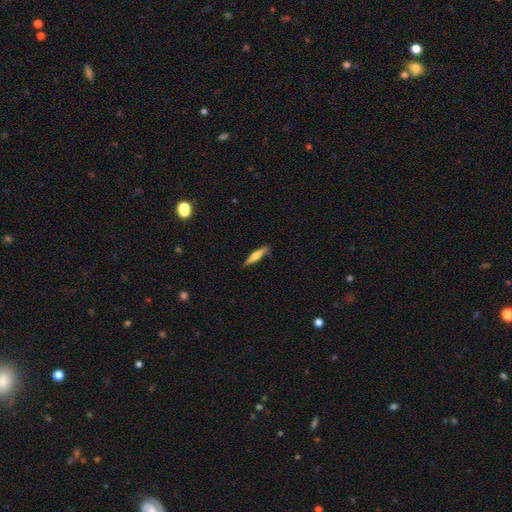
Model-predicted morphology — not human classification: A smooth galaxy with no disk features (50%) that is cigar-shaped (86%).

Vote fractions:
- Smooth or featured? smooth: 50% / featured or disk: 44% / star or artifact: 6%
- How rounded? cigar-shaped: 86% / in between: 12% / round: 2%
- Merging? none: 79% / minor disturbance: 16% / major disturbance: 3% / merger: 2%